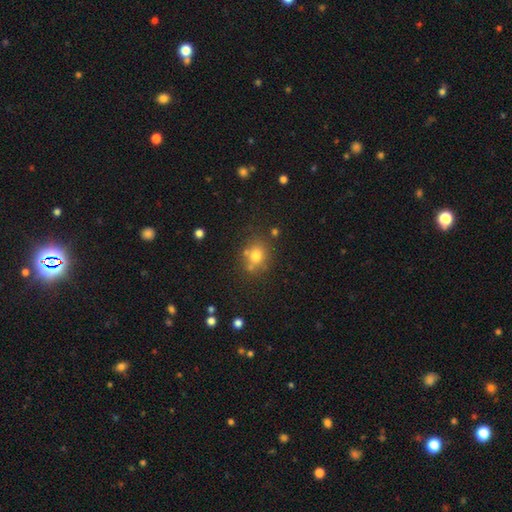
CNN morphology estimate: smooth 74%, star or artifact 14%, featured or disk 12%. Down the decision tree: how rounded — round (69%); merging — none (66%).